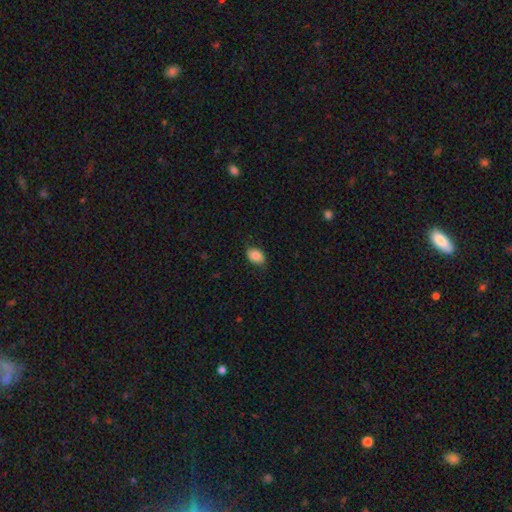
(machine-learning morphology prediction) This appears to be a smooth galaxy with no disk features (85%) that is in between round and cigar-shaped (80%). Merging: none (83%).